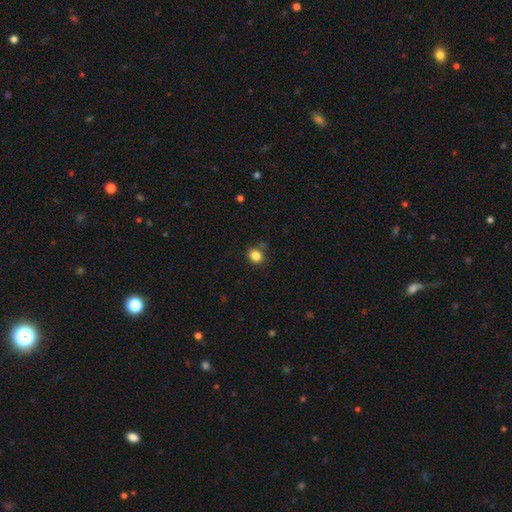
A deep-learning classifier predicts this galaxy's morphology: A smooth galaxy with no disk features (84%) that is round (65%). Merging: none (78%).